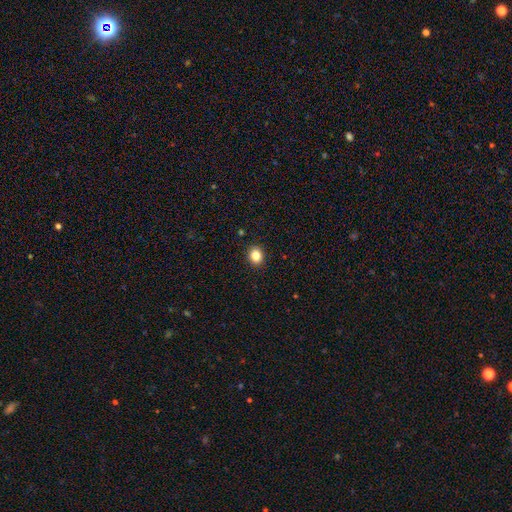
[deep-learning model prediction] A smooth galaxy with no disk features (85%) that is round (64%).

Vote fractions:
- Smooth or featured? smooth: 85% / star or artifact: 10% / featured or disk: 5%
- How rounded? round: 64% / in between: 35% / cigar-shaped: 1%
- Merging? none: 92% / minor disturbance: 6% / major disturbance: 2% / merger: 1%